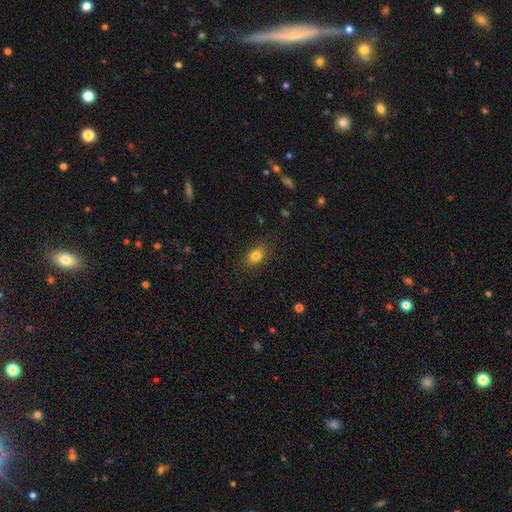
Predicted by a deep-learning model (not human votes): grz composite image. It shows a smooth galaxy with no disk features (81%) that is in between round and cigar-shaped (73%). Merging: none (83%).